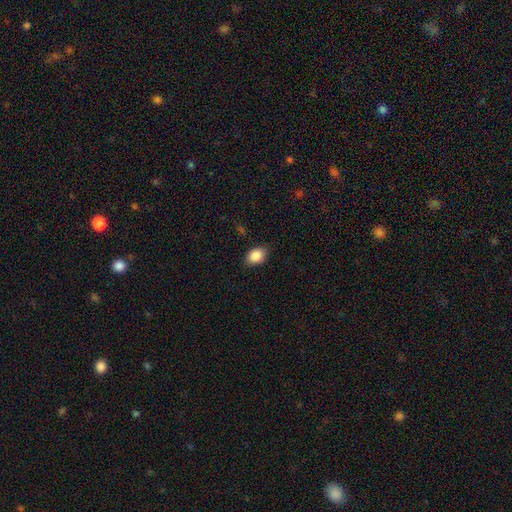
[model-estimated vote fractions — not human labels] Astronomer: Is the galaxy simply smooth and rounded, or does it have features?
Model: smooth — 86%.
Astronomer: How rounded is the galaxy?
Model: in between — 79%.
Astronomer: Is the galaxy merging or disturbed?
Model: none — 85%.